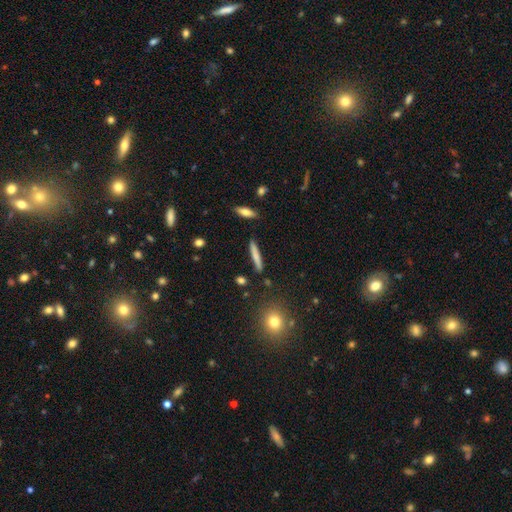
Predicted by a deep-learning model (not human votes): A smooth galaxy with no disk features (70%) that is cigar-shaped (93%). Merging: none (87%).